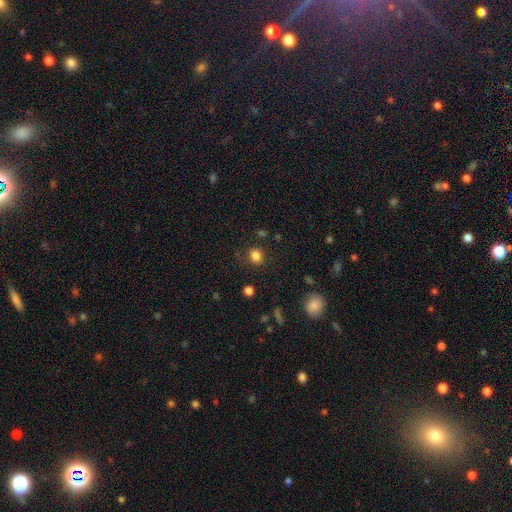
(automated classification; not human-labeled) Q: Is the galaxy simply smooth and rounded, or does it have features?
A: smooth — 83%.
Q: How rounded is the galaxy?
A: round — 77%.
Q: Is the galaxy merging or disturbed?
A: none — 84%.